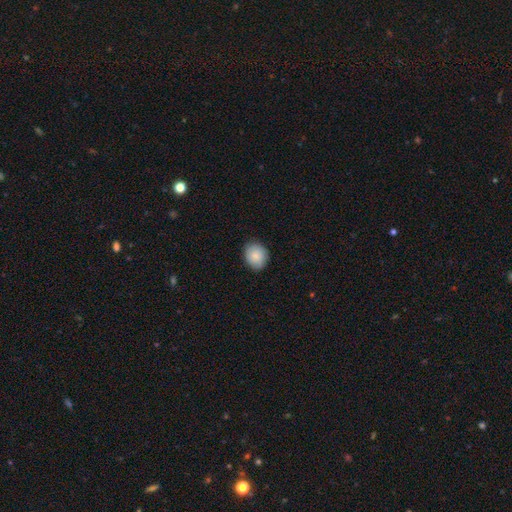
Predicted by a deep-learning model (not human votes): Overall: smooth (82%). How rounded: round (61%; in between 38%). Merging: none (83%).